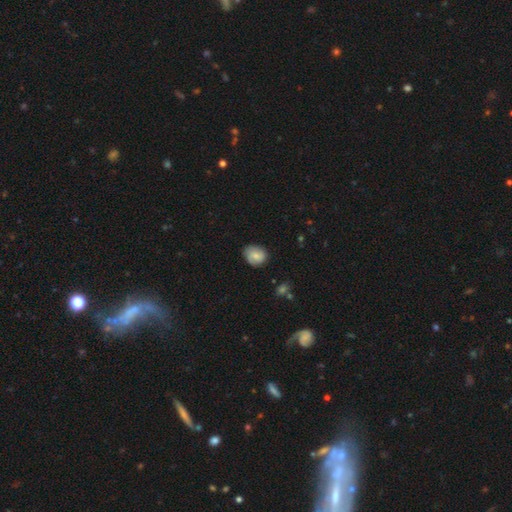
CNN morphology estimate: type=smooth (62%); roundness=round (59%); merging=none (73%).